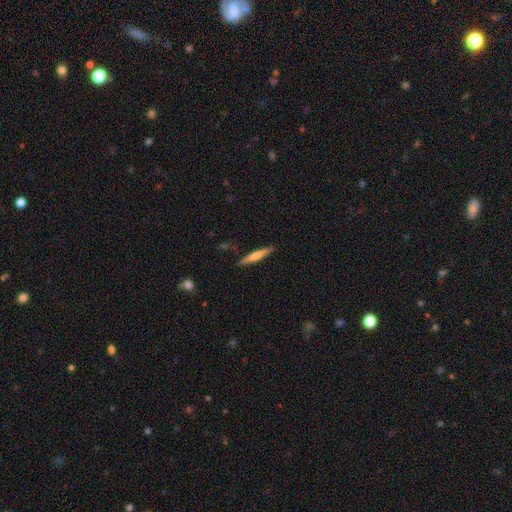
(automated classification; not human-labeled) smooth 54%, featured or disk 41%, star or artifact 6%. Down the decision tree: how rounded — cigar-shaped (93%); merging — none (88%).